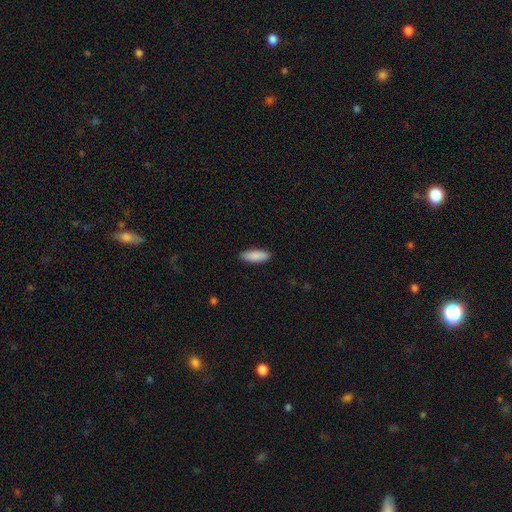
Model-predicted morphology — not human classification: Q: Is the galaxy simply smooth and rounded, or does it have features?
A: smooth — 89%.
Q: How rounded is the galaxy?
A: in between — 64%.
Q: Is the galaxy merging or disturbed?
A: none — 89%.